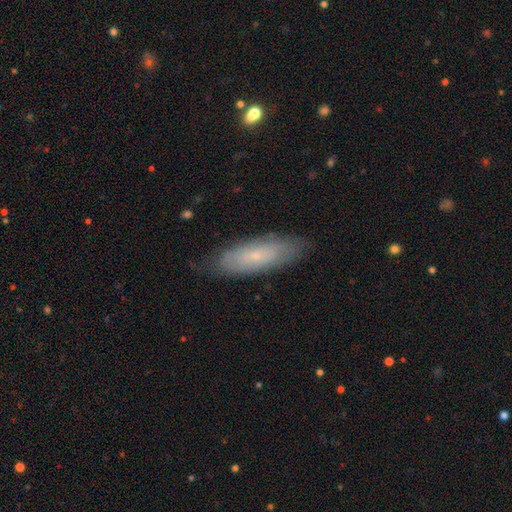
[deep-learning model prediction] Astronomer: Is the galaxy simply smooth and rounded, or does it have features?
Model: smooth — 56% (runner-up: featured or disk, 37%).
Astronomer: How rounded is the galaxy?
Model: in between — 57% (runner-up: cigar-shaped, 41%).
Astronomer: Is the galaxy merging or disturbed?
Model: none — 79%.